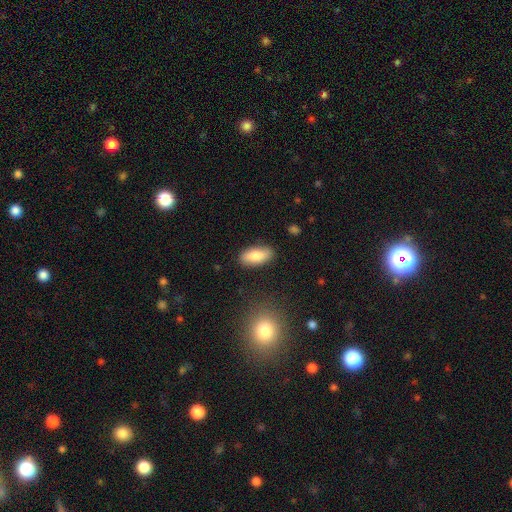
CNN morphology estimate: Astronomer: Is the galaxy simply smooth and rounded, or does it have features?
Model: smooth — 79%.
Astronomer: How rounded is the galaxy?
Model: in between — 87%.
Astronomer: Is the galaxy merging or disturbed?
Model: none — 85%.